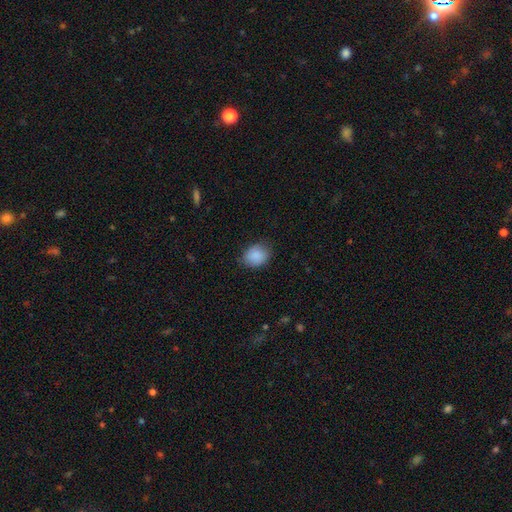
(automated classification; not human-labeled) Smooth or featured? smooth (88%)
How rounded? in between (50%)
Merging? none (78%)